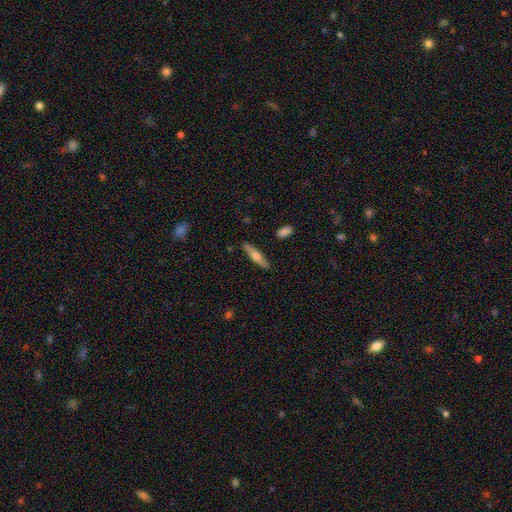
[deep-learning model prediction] A smooth galaxy with no disk features (50%). Merging: none (88%).